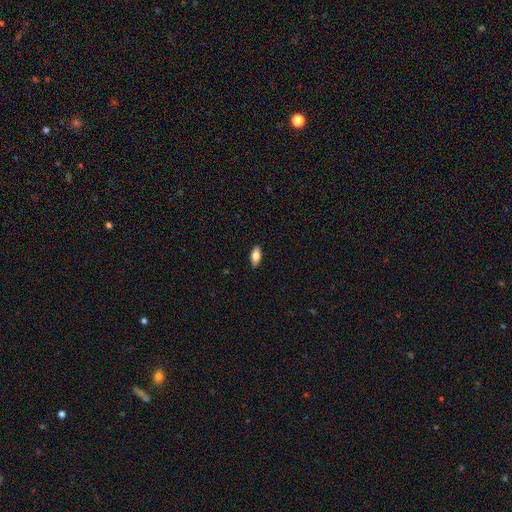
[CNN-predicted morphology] A smooth galaxy with no disk features (77%) that is in between round and cigar-shaped (86%). Merging: none (88%).